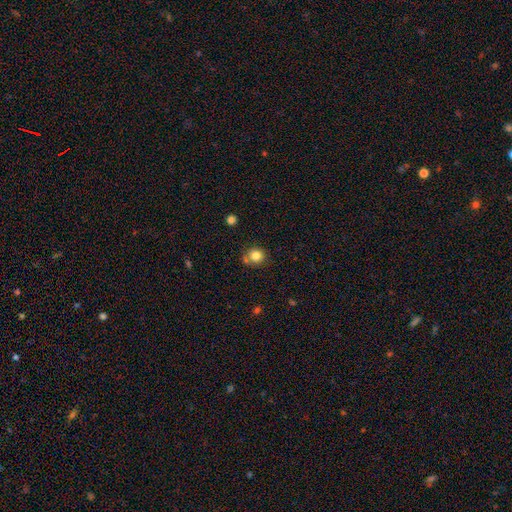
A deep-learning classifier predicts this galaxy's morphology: Smooth or featured: smooth — 81% (star or artifact — 11%)
How rounded: round — 83% (in between — 16%)
Merging: none — 68% (minor disturbance — 15%)